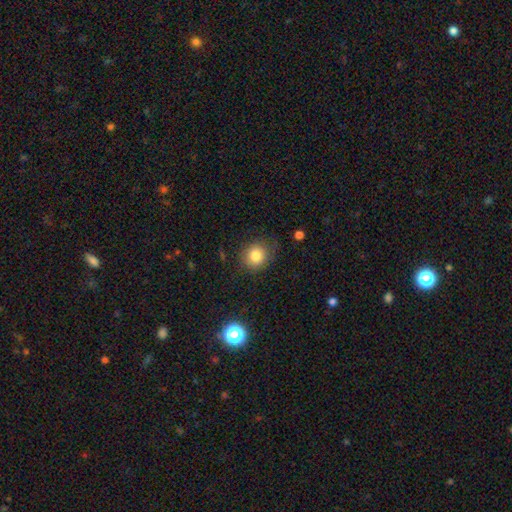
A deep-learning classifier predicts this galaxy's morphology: Smooth or featured: smooth — 81% (star or artifact — 11%)
How rounded: round — 82% (in between — 17%)
Merging: none — 79% (minor disturbance — 15%)